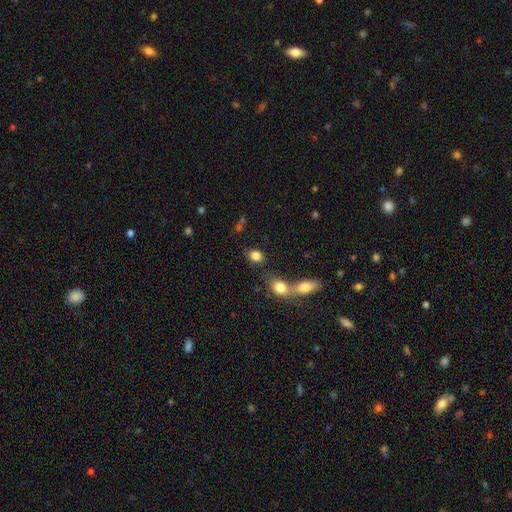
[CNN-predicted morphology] Smooth or featured? smooth (84%)
How rounded? in between (60%)
Merging? none (60%)